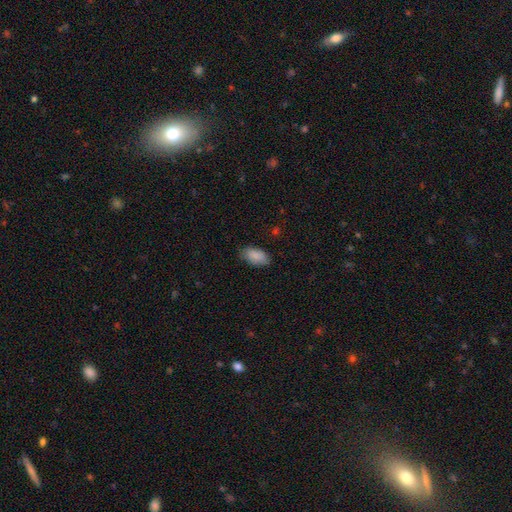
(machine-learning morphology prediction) Smooth or featured? Predicted: smooth (p=0.89). How rounded? Predicted: in between (p=0.94). Merging? Predicted: none (p=0.81).